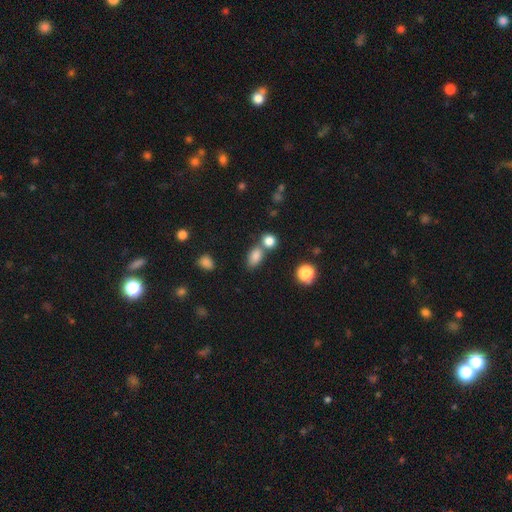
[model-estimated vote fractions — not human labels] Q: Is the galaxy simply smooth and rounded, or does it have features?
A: smooth — 82%.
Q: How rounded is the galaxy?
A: in between — 80%.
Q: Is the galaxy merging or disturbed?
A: none — 53%.